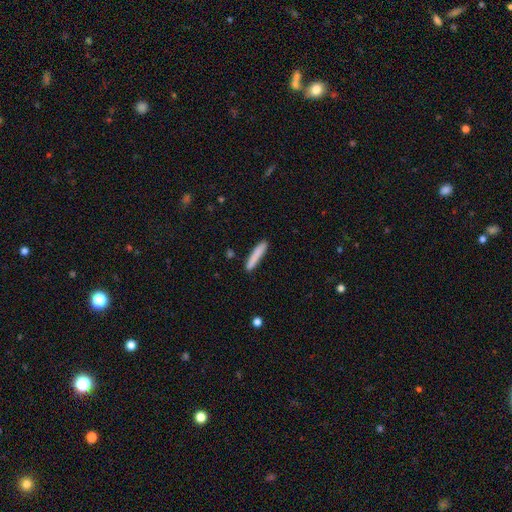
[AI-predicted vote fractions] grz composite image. It shows a smooth galaxy with no disk features (82%) that is cigar-shaped (93%). Merging: none (87%).